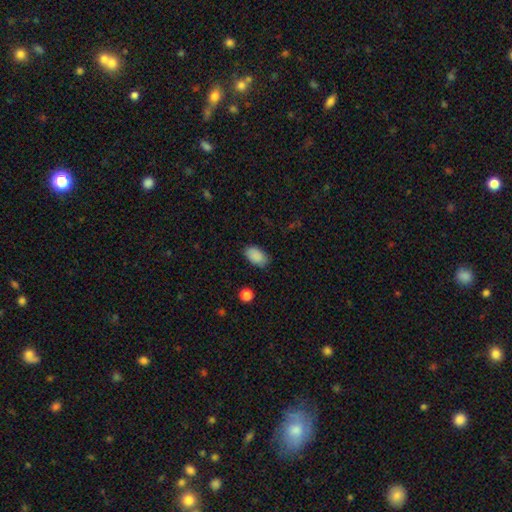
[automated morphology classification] A smooth galaxy with no disk features (88%) that is in between round and cigar-shaped (92%). Merging: none (82%).